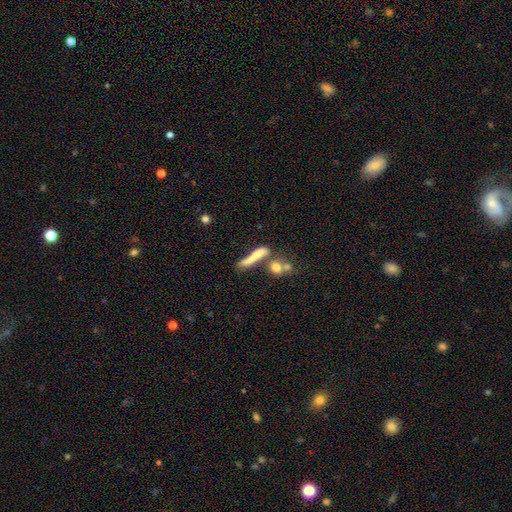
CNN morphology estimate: The model was most divided on "merging": none: 40%, merger: 27%, minor disturbance: 18%, major disturbance: 14%. More confident: how rounded — cigar-shaped (81%); smooth or featured — smooth (66%).